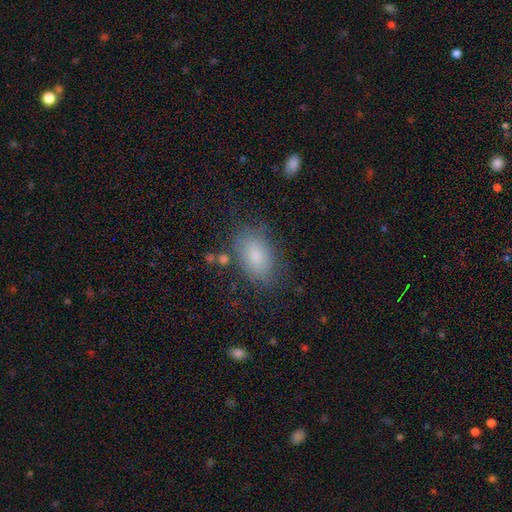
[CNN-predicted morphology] Q: Smooth or featured?
A: smooth (80%); runner-up: featured or disk (11%)
Q: How rounded?
A: in between (89%); runner-up: round (10%)
Q: Merging?
A: none (73%); runner-up: minor disturbance (18%)